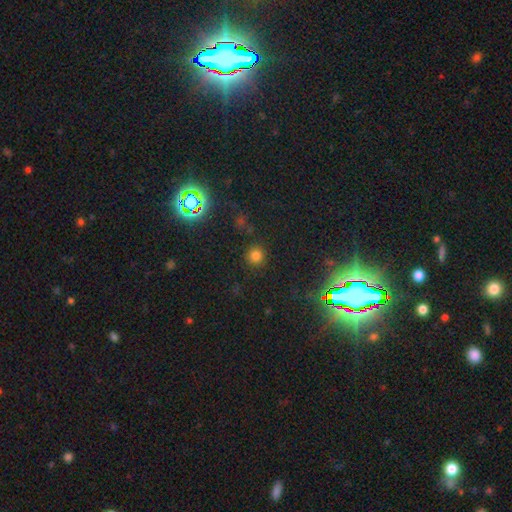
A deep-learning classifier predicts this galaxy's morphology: smooth_or_featured: smooth (p=0.74) [alt: star or artifact p=0.20]
how_rounded: round (p=0.93) [alt: in between p=0.06]
merging: none (p=0.87) [alt: minor disturbance p=0.07]